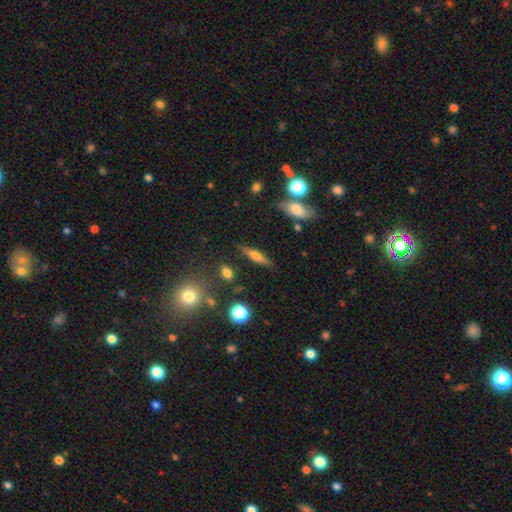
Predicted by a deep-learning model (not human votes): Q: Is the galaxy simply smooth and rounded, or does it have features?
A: smooth — 49%.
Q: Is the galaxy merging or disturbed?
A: none — 81%.